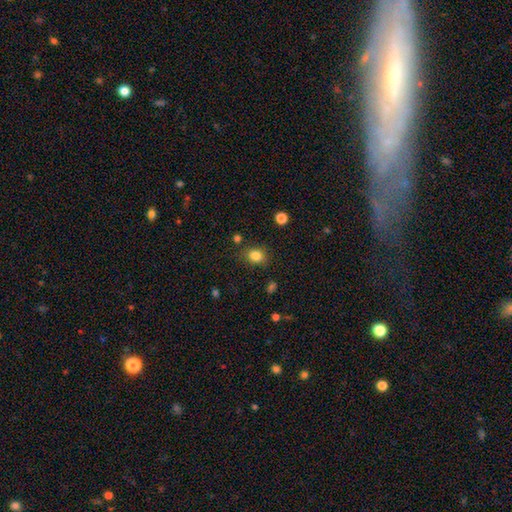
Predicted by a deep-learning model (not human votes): Smooth or featured?
  - smooth: 83% *
  - star or artifact: 11%
  - featured or disk: 5%
How rounded?
  - round: 52% *
  - in between: 47%
  - cigar-shaped: 1%
Merging?
  - none: 78% *
  - minor disturbance: 14%
  - major disturbance: 4%
  - merger: 3%